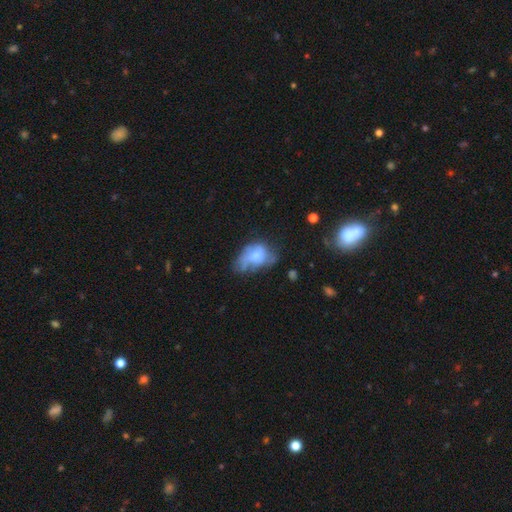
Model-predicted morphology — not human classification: A smooth galaxy with no disk features (53%) that is in between round and cigar-shaped (83%). Merging: minor disturbance (33%).